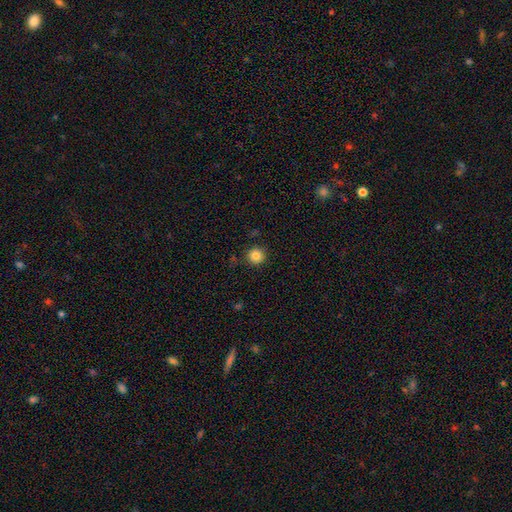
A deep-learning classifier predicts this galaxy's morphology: A smooth galaxy with no disk features (84%) that is round (95%).

Vote fractions:
- Smooth or featured? smooth: 84% / star or artifact: 11% / featured or disk: 5%
- How rounded? round: 95% / in between: 4% / cigar-shaped: 1%
- Merging? none: 89% / minor disturbance: 7% / major disturbance: 2% / merger: 2%